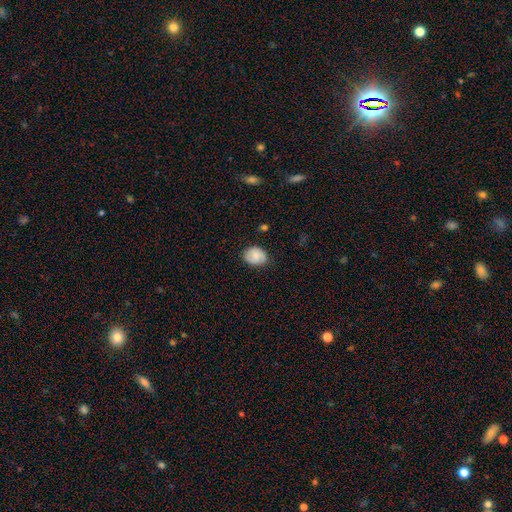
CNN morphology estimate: smooth-or-featured: smooth: 74% | featured or disk: 19% | star or artifact: 8%
  how-rounded: in between: 58% | round: 41% | cigar-shaped: 1%
  merging: none: 74% | minor disturbance: 21% | major disturbance: 4% | merger: 1%